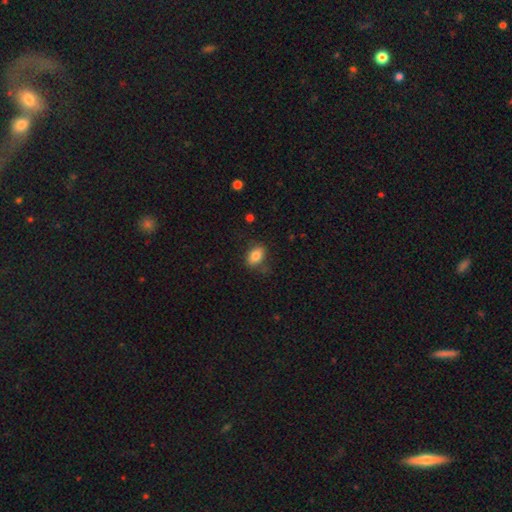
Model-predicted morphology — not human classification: Q: Smooth or featured?
A: smooth (83%); runner-up: featured or disk (9%)
Q: How rounded?
A: in between (83%); runner-up: round (15%)
Q: Merging?
A: none (78%); runner-up: minor disturbance (16%)